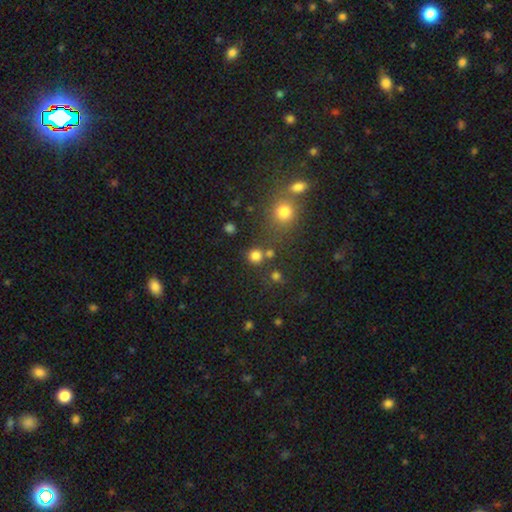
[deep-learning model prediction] Smooth or featured?
  - smooth: 79% *
  - star or artifact: 16%
  - featured or disk: 5%
How rounded?
  - round: 90% *
  - in between: 9%
  - cigar-shaped: 1%
Merging?
  - none: 76% *
  - merger: 12%
  - minor disturbance: 8%
  - major disturbance: 4%